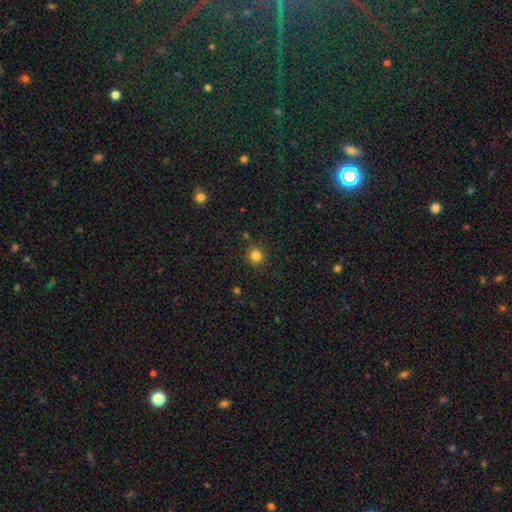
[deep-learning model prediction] smooth 82%, star or artifact 13%, featured or disk 5%. Down the decision tree: how rounded — round (92%); merging — none (89%).